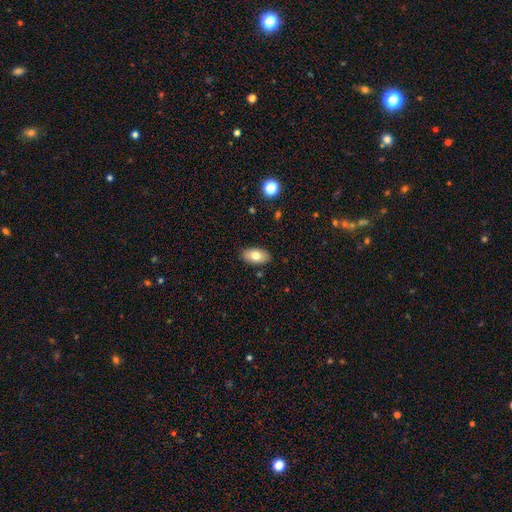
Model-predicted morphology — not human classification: The model was most divided on "smooth or featured": smooth: 77%, featured or disk: 15%, star or artifact: 7%. More confident: how rounded — in between (93%); merging — none (88%).